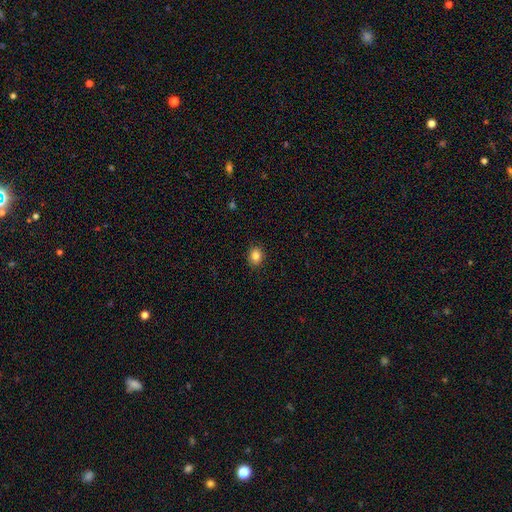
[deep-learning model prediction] Overall: smooth (85%). How rounded: round (59%; in between 40%). Merging: none (89%).